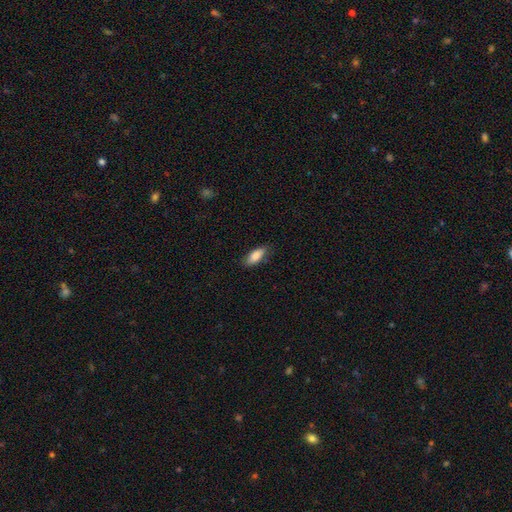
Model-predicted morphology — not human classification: This appears to be a smooth galaxy with no disk features (86%) that is in between round and cigar-shaped (80%). Merging: none (80%).